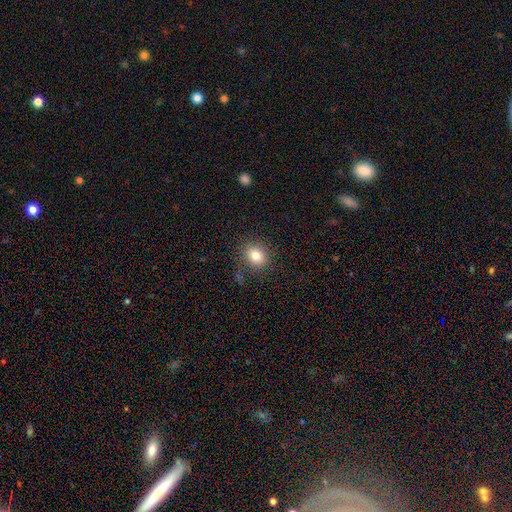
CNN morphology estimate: smooth_or_featured: smooth (p=0.80) [alt: star or artifact p=0.12]
how_rounded: round (p=0.72) [alt: in between p=0.27]
merging: none (p=0.83) [alt: minor disturbance p=0.11]